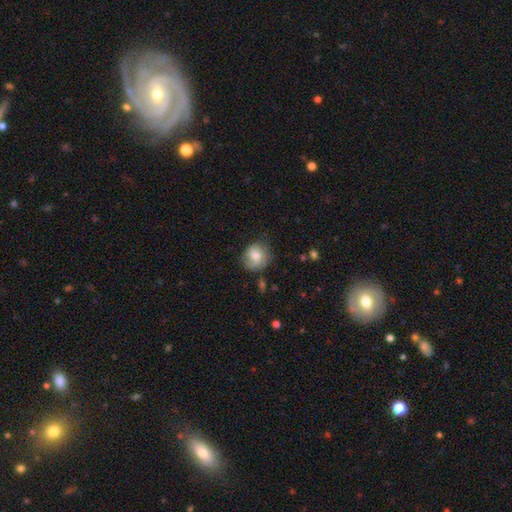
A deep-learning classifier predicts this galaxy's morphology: Q: Smooth or featured?
A: smooth (68%); runner-up: featured or disk (24%)
Q: How rounded?
A: round (73%); runner-up: in between (26%)
Q: Merging?
A: none (58%); runner-up: minor disturbance (29%)